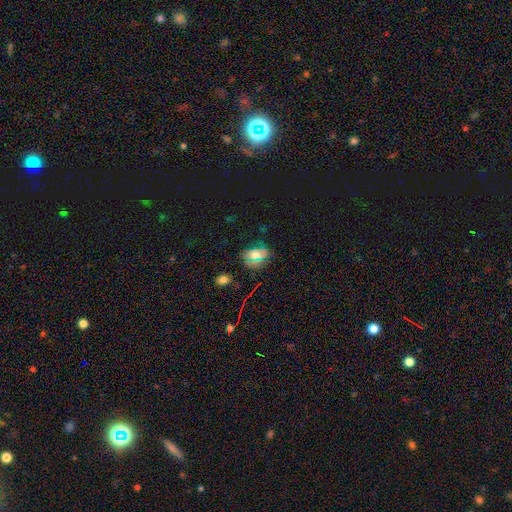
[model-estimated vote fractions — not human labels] smooth-or-featured: smooth: 51% | star or artifact: 34% | featured or disk: 15%
  how-rounded: in between: 65% | round: 32% | cigar-shaped: 3%
  merging: none: 73% | minor disturbance: 17% | major disturbance: 7% | merger: 3%